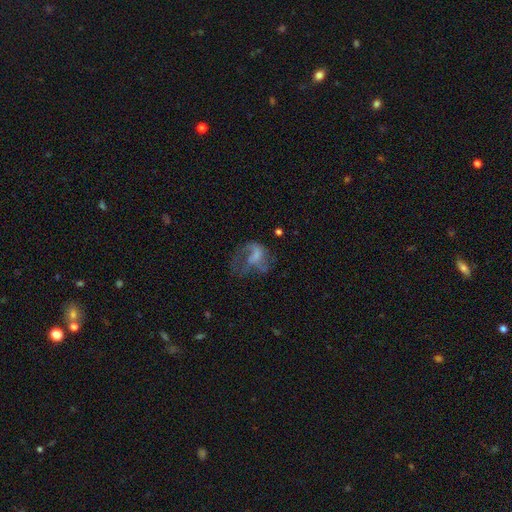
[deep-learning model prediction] Morphology: type=featured or disk (55%); edge-on=no (98%); bar=no (66%); spiral arms=yes (54%); bulge=none (57%); merging=major disturbance (54%).